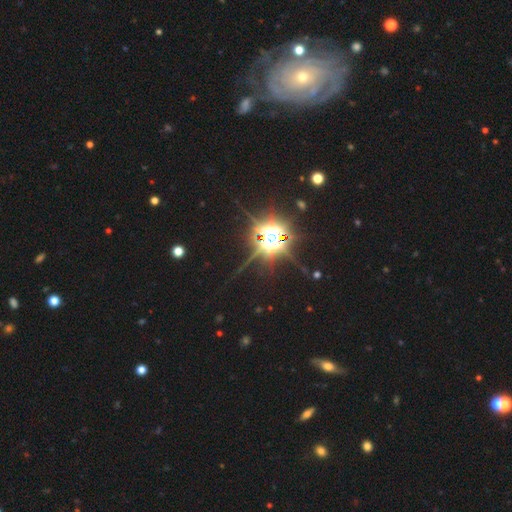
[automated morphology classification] star or artifact 68%, featured or disk 20%, smooth 12%.